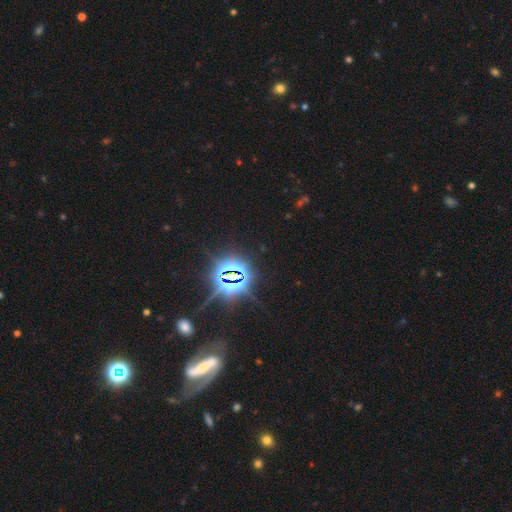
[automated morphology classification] A star or artifact, not a galaxy (79%).